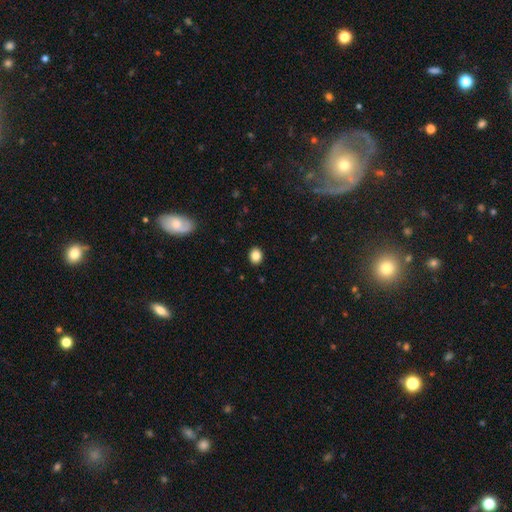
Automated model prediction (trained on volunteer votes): A smooth galaxy with no disk features (85%) that is round (52%). Merging: none (91%).